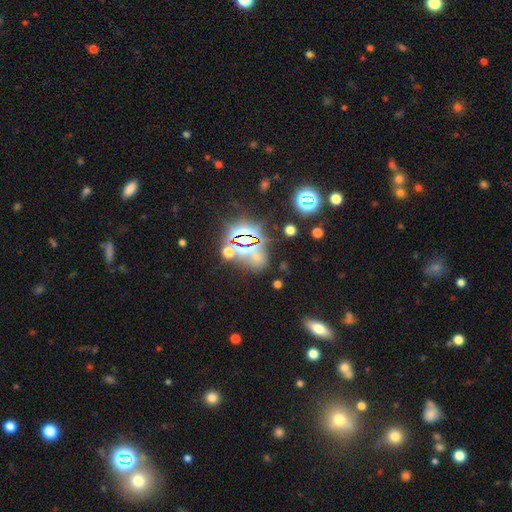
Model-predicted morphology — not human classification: Overall: star or artifact (65%; smooth 25%).